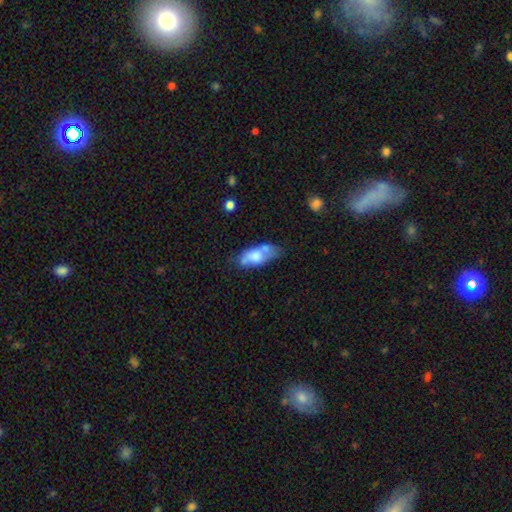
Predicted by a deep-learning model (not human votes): Q: Smooth or featured?
A: smooth (61%); runner-up: featured or disk (31%)
Q: How rounded?
A: in between (83%); runner-up: cigar-shaped (14%)
Q: Merging?
A: none (43%); runner-up: minor disturbance (28%)